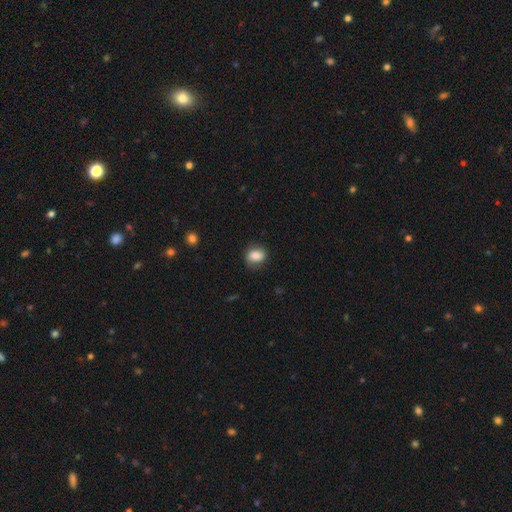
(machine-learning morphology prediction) This is clearly a smooth galaxy (83%). How rounded: possibly in between (55%). Merging: likely none (73%).